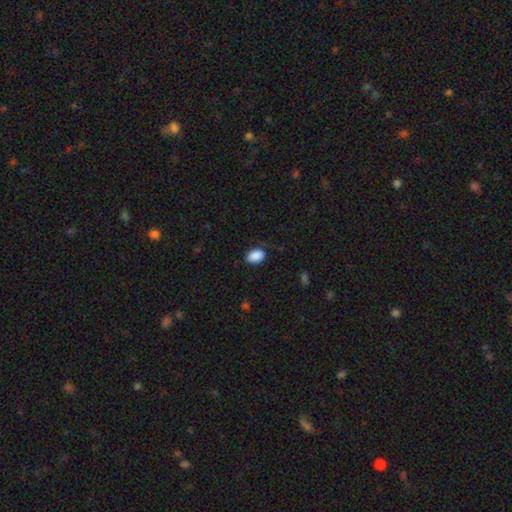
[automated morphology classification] Q: Smooth or featured?
A: smooth (89%); runner-up: star or artifact (7%)
Q: How rounded?
A: in between (86%); runner-up: round (13%)
Q: Merging?
A: none (78%); runner-up: minor disturbance (17%)